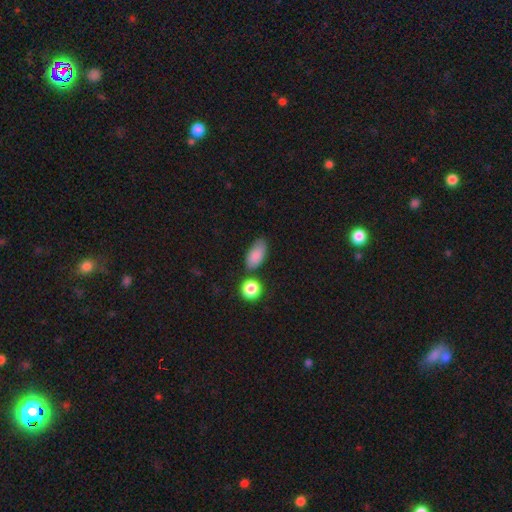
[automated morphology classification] Smooth or featured: smooth — 86% (star or artifact — 8%)
How rounded: in between — 89% (round — 6%)
Merging: none — 67% (minor disturbance — 19%)